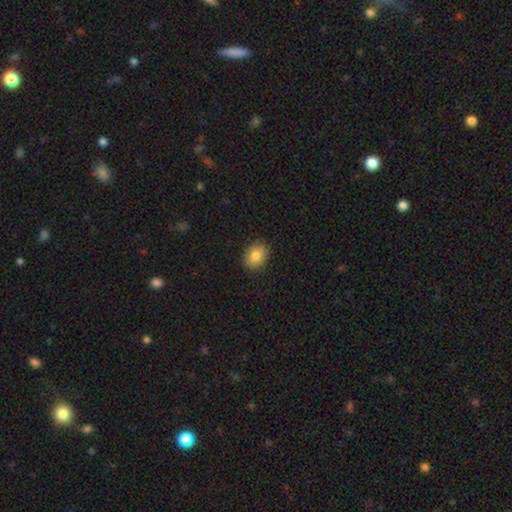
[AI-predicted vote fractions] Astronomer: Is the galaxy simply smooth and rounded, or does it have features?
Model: smooth — 84%.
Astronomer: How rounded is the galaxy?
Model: in between — 57% (runner-up: round, 42%).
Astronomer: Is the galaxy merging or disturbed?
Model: none — 90%.